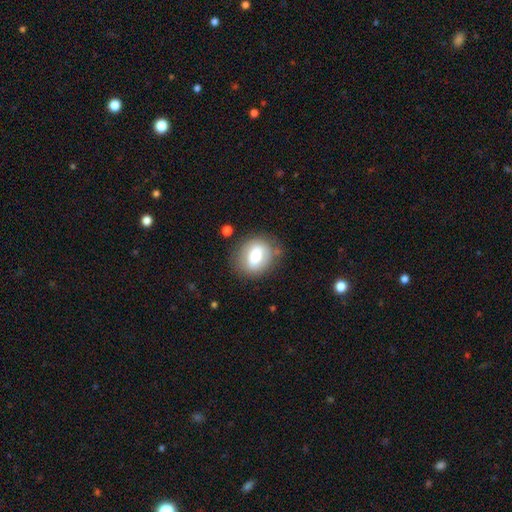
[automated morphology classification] smooth_or_featured: smooth (p=0.63) [alt: featured or disk p=0.28]
how_rounded: round (p=0.57) [alt: in between p=0.42]
merging: none (p=0.77) [alt: minor disturbance p=0.14]